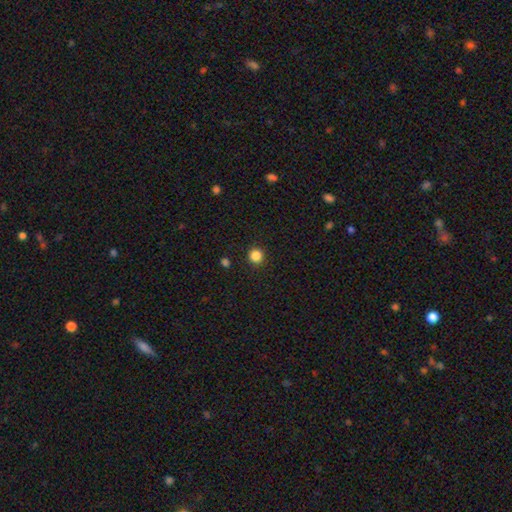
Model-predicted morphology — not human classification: A smooth galaxy with no disk features (86%) that is round (93%). Merging: none (91%).